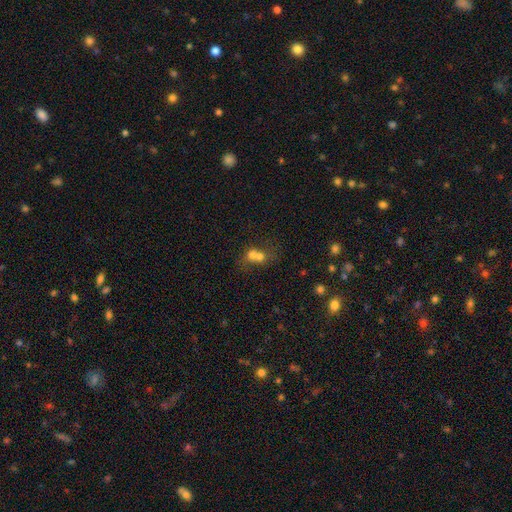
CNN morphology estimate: Smooth or featured: smooth — 65% (featured or disk — 21%)
How rounded: round — 70% (in between — 29%)
Merging: merger — 70% (none — 21%)